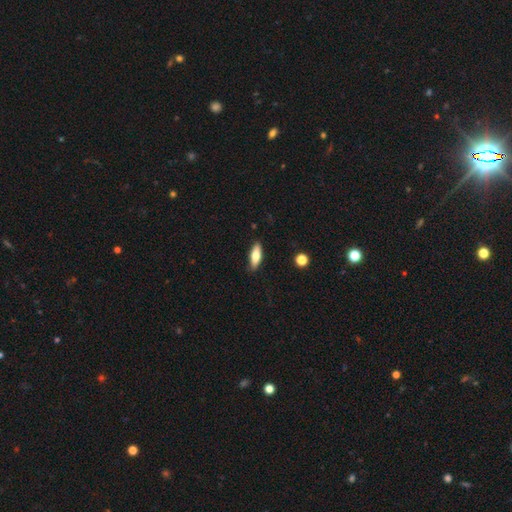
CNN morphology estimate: Smooth or featured? Predicted: smooth (p=0.70). How rounded? Predicted: in between (p=0.61). Merging? Predicted: none (p=0.85).